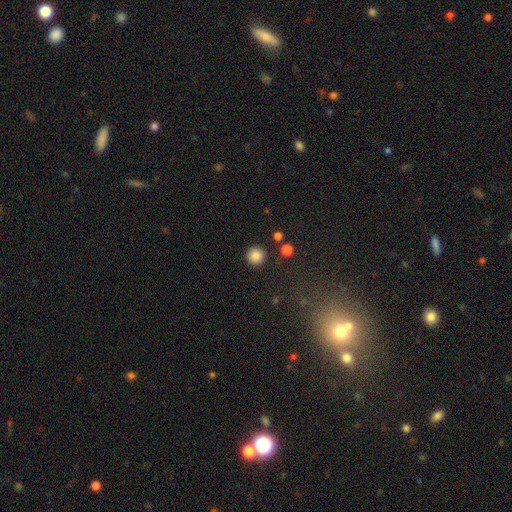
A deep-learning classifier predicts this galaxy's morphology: Q: Smooth or featured?
A: smooth (86%); runner-up: star or artifact (10%)
Q: How rounded?
A: round (95%); runner-up: in between (4%)
Q: Merging?
A: none (91%); runner-up: minor disturbance (5%)